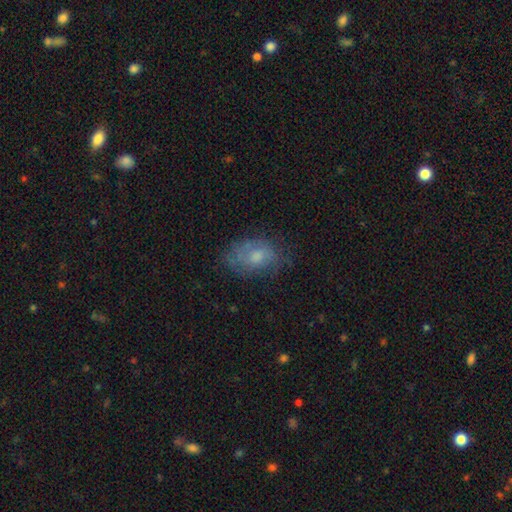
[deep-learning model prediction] The model was most divided on "smooth or featured": smooth: 56%, featured or disk: 35%, star or artifact: 9%. More confident: how rounded — in between (85%); merging — none (61%).